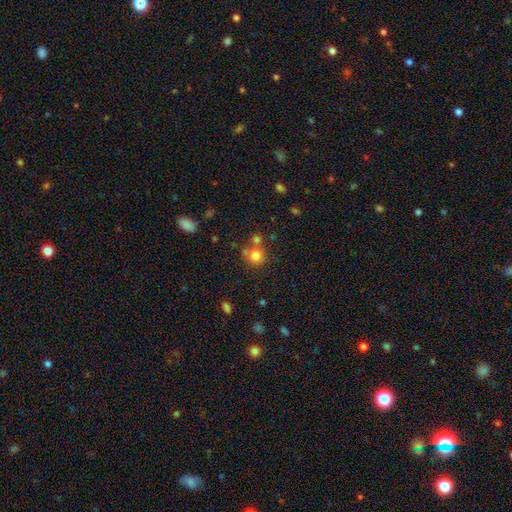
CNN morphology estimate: Q: Smooth or featured?
A: smooth (77%); runner-up: star or artifact (14%)
Q: How rounded?
A: round (88%); runner-up: in between (11%)
Q: Merging?
A: none (60%); runner-up: merger (25%)